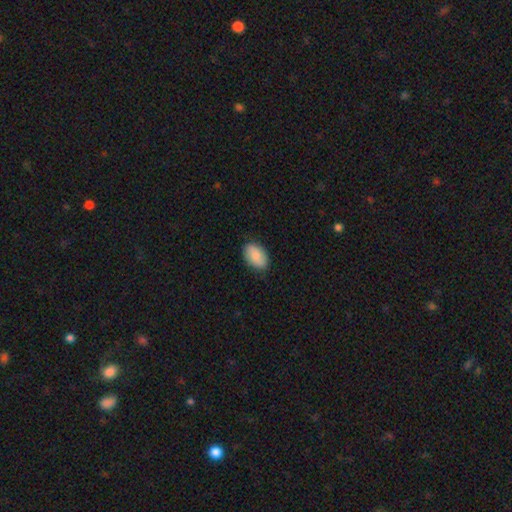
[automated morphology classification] Smooth or featured: smooth — 88% (featured or disk — 6%)
How rounded: in between — 92% (round — 7%)
Merging: none — 86% (minor disturbance — 11%)